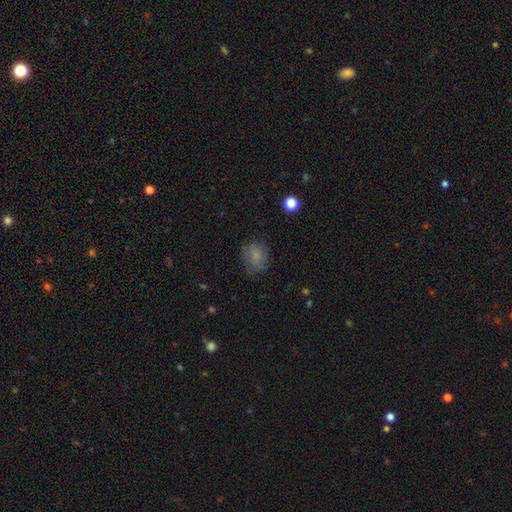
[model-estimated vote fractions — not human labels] A smooth galaxy with no disk features (75%) that is round (51%). Merging: none (70%).